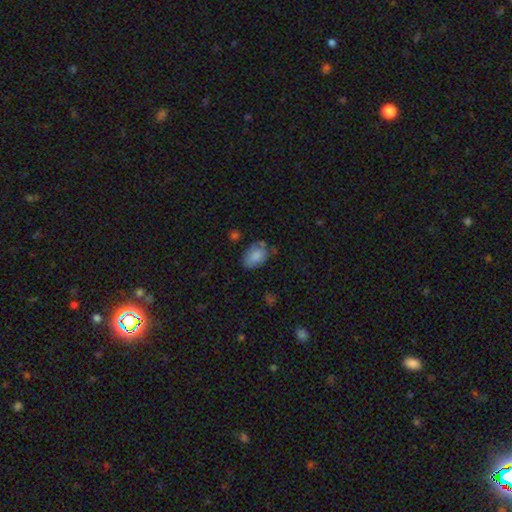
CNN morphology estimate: smooth_or_featured: smooth (p=0.79) [alt: featured or disk p=0.13]
how_rounded: in between (p=0.88) [alt: round p=0.11]
merging: none (p=0.58) [alt: minor disturbance p=0.28]